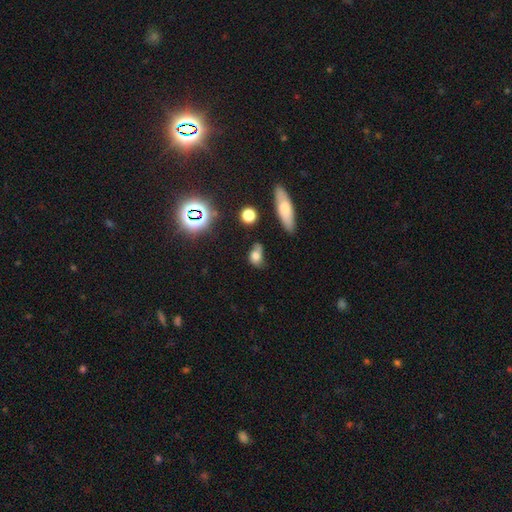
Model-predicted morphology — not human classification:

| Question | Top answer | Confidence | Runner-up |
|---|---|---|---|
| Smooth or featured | smooth | 70% | star or artifact (15%) |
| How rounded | in between | 71% | round (24%) |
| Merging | none | 44% | minor disturbance (32%) |